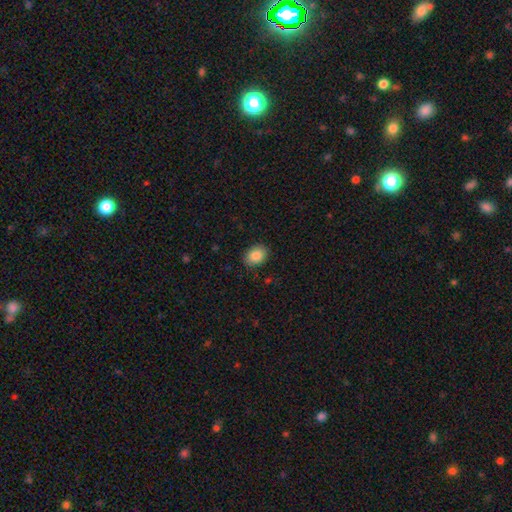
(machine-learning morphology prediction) smooth 87%, star or artifact 8%, featured or disk 5%. Down the decision tree: how rounded — in between (66%); merging — none (87%).